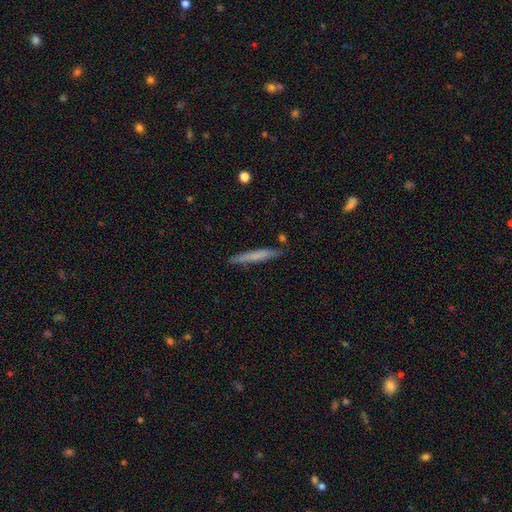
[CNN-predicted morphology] A smooth galaxy with no disk features (62%) that is cigar-shaped (95%).

Vote fractions:
- Smooth or featured? smooth: 62% / featured or disk: 32% / star or artifact: 6%
- How rounded? cigar-shaped: 95% / in between: 3% / round: 1%
- Merging? none: 86% / minor disturbance: 10% / major disturbance: 2% / merger: 2%